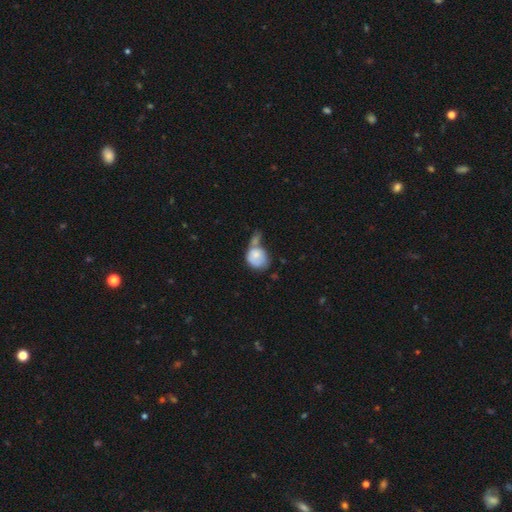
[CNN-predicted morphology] A smooth galaxy with no disk features (75%) that is round (59%). Merging: merger (47%).